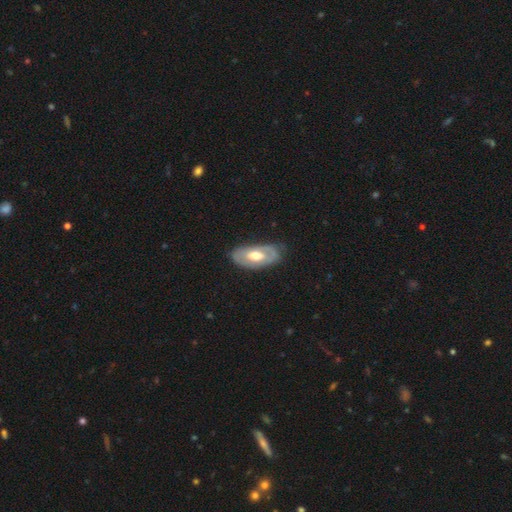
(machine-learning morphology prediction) Smooth or featured? featured or disk (58%)
Edge-on disk? no (88%)
Bar? no (62%)
Spiral arms? no (59%)
Bulge size? moderate (69%)
Merging? none (75%)